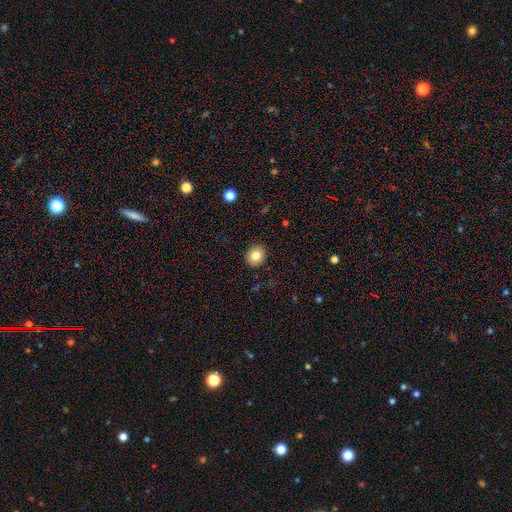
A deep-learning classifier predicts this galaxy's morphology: Overall: smooth (81%). How rounded: round (80%). Merging: none (91%).